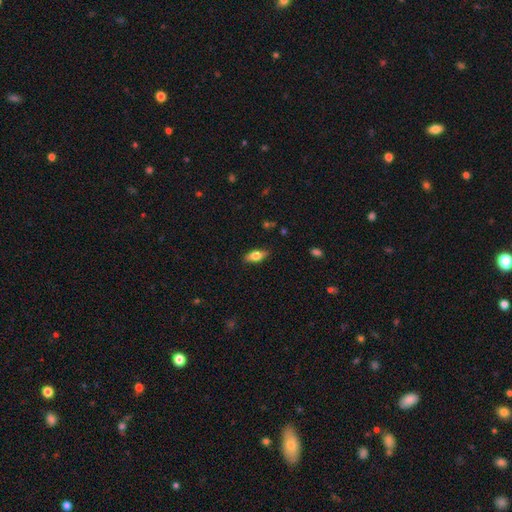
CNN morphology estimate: type=smooth (70%); roundness=in between (81%); merging=none (86%).